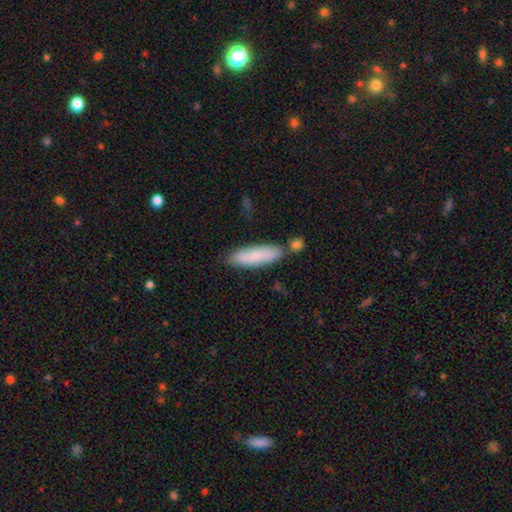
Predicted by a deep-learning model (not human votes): smooth_or_featured: smooth (p=0.76) [alt: featured or disk p=0.18]
how_rounded: cigar-shaped (p=0.59) [alt: in between p=0.39]
merging: none (p=0.72) [alt: minor disturbance p=0.15]